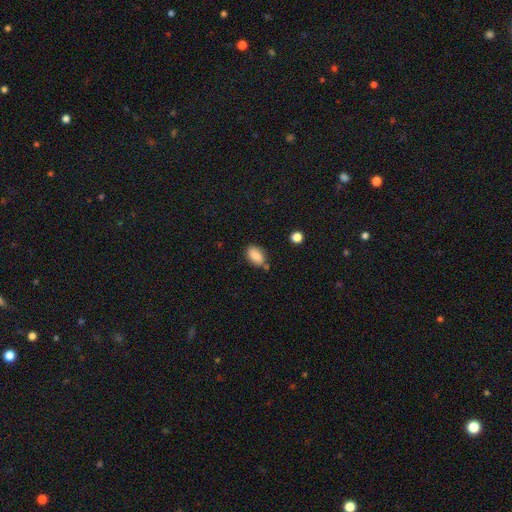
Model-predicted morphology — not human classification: type=smooth (84%); roundness=in between (90%); merging=none (70%).